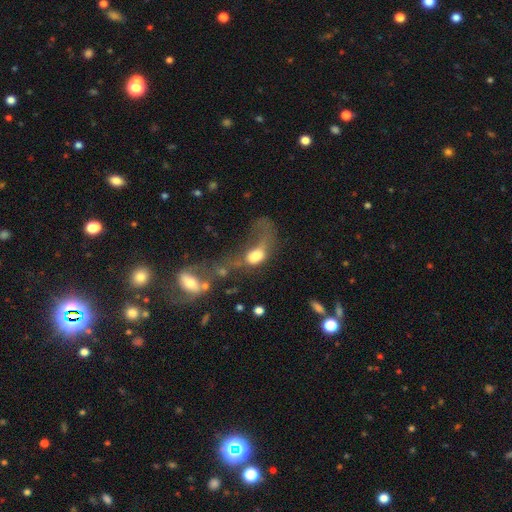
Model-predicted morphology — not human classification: The model was most divided on "merging": major disturbance: 51%, merger: 29%, none: 11%, minor disturbance: 9%. More confident: how rounded — in between (76%); smooth or featured — smooth (57%).